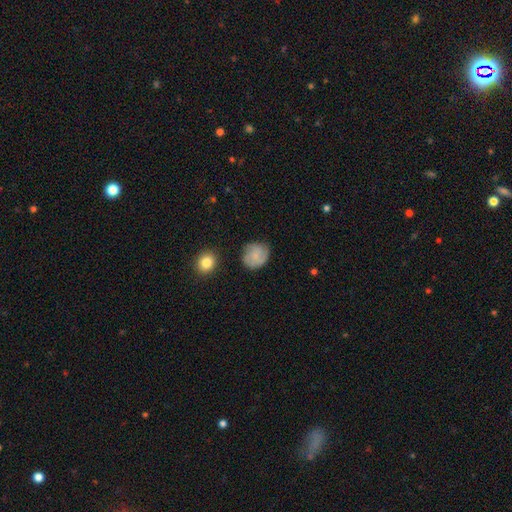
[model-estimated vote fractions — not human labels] Smooth or featured: smooth — 65% (featured or disk — 27%)
How rounded: round — 80% (in between — 19%)
Merging: none — 75% (minor disturbance — 18%)